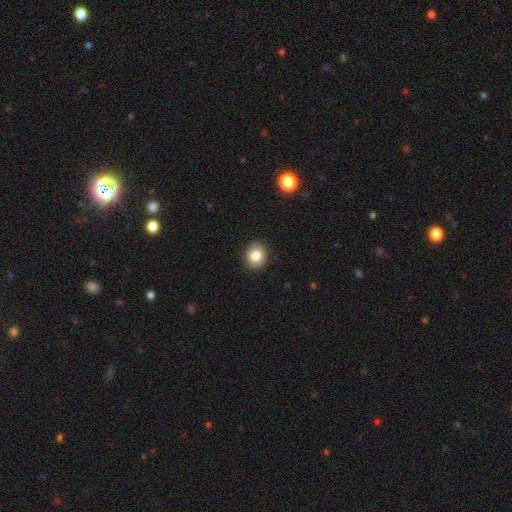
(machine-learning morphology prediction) smooth 83%, star or artifact 9%, featured or disk 8%. Down the decision tree: how rounded — round (67%); merging — none (89%).